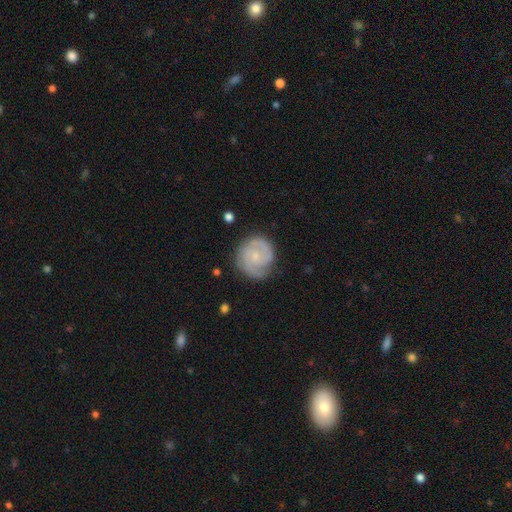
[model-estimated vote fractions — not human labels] The model was most divided on "spiral winding": tight: 60%, medium: 33%, loose: 7%. More confident: edge-on disk — no (98%); spiral arms — yes (96%); smooth or featured — featured or disk (80%); merging — none (79%); bulge size — small (72%); spiral arm count — 2 (72%); bar — no (68%).